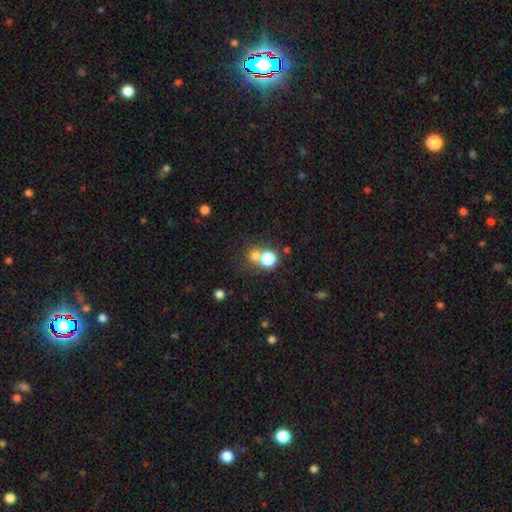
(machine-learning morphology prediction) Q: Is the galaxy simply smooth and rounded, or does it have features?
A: smooth — 68%.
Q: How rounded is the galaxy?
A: round — 86%.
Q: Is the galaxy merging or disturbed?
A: none — 56%.